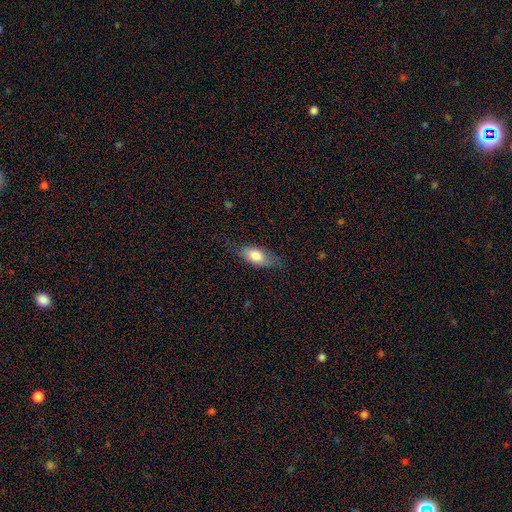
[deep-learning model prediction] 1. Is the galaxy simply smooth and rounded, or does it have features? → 76% smooth, 18% featured or disk, 6% star or artifact.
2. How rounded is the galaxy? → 84% in between, 12% cigar-shaped, 4% round.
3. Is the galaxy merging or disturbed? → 69% none, 24% minor disturbance, 6% major disturbance, 1% merger.